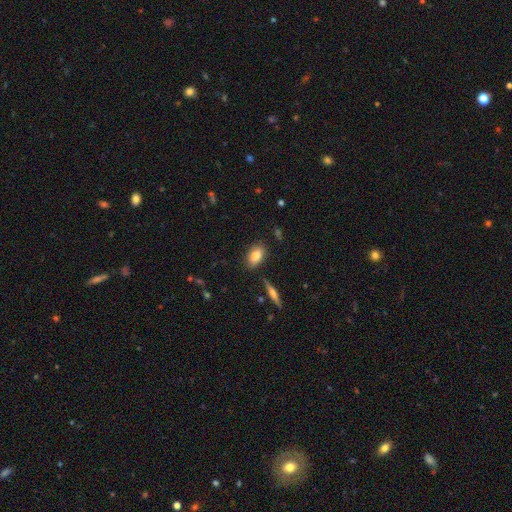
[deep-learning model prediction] Smooth or featured: smooth — 80% (featured or disk — 12%)
How rounded: in between — 88% (round — 8%)
Merging: none — 84% (minor disturbance — 11%)